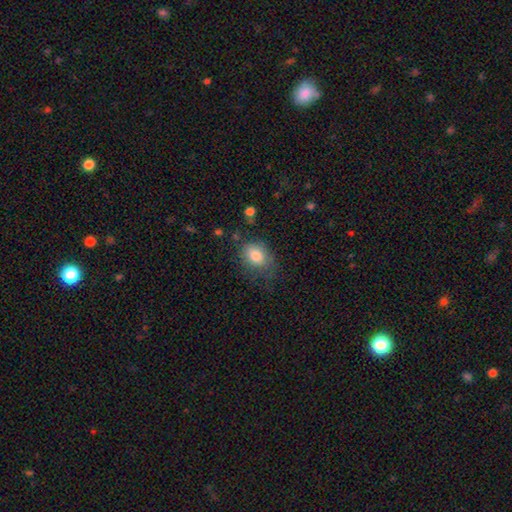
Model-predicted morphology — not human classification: Smooth or featured: smooth — 82% (featured or disk — 10%)
How rounded: in between — 63% (round — 36%)
Merging: none — 60% (minor disturbance — 26%)